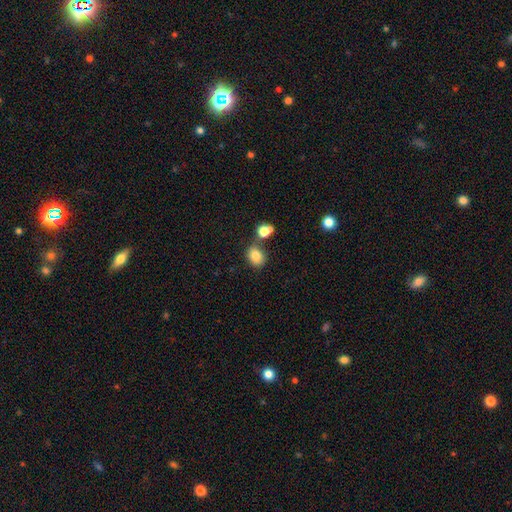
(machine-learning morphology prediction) smooth_or_featured: smooth (p=0.81) [alt: star or artifact p=0.11]
how_rounded: round (p=0.59) [alt: in between p=0.40]
merging: none (p=0.64) [alt: merger p=0.19]